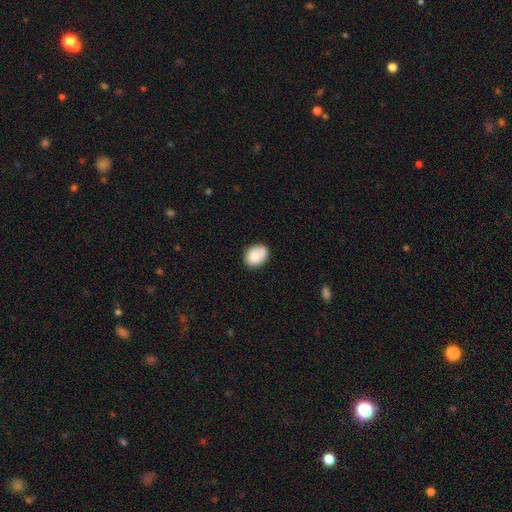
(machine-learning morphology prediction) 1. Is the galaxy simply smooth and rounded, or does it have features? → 81% smooth, 12% featured or disk, 8% star or artifact.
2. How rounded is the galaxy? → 67% in between, 32% round, 1% cigar-shaped.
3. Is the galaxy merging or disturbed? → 69% none, 22% minor disturbance, 5% major disturbance, 4% merger.